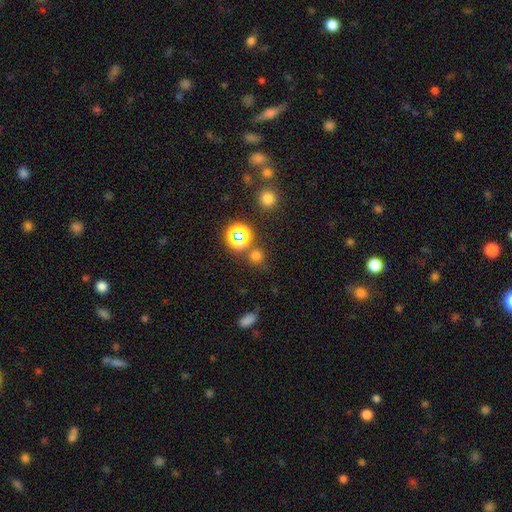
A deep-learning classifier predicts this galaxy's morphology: The model was most divided on "smooth or featured": smooth: 62%, star or artifact: 32%, featured or disk: 6%. More confident: how rounded — round (89%); merging — none (76%).